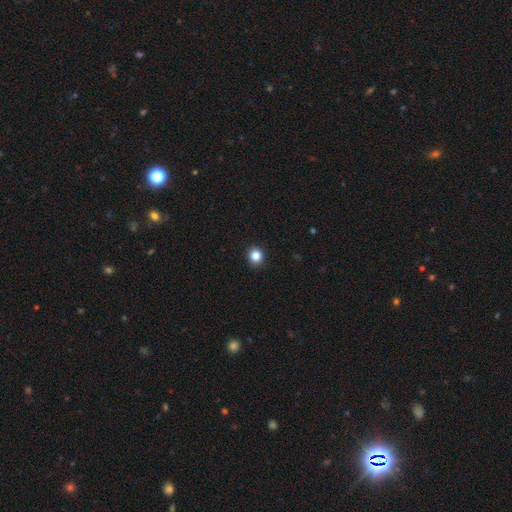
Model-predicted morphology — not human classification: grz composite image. It shows a smooth galaxy with no disk features (84%) that is round (88%). Merging: none (92%).